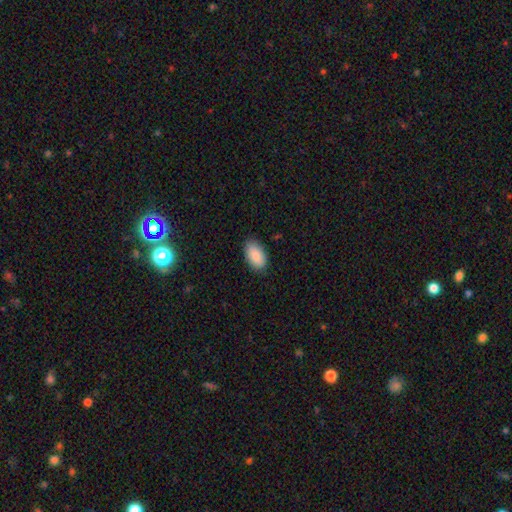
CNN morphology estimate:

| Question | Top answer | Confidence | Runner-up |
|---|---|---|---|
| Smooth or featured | smooth | 89% | star or artifact (6%) |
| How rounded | in between | 95% | round (3%) |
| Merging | none | 86% | minor disturbance (11%) |